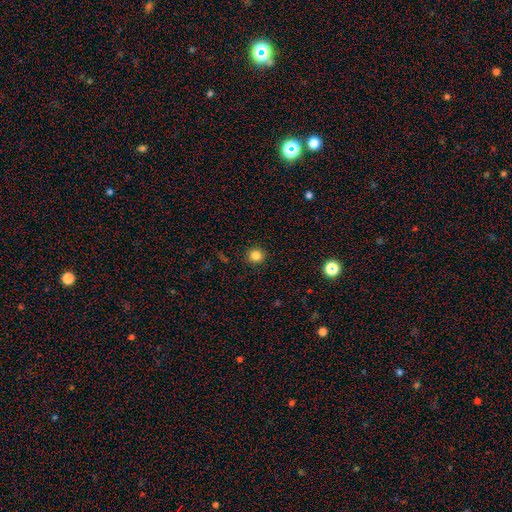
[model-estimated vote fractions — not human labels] smooth-or-featured: smooth: 83% | star or artifact: 12% | featured or disk: 5%
  how-rounded: round: 90% | in between: 9% | cigar-shaped: 1%
  merging: none: 91% | minor disturbance: 6% | major disturbance: 2% | merger: 1%